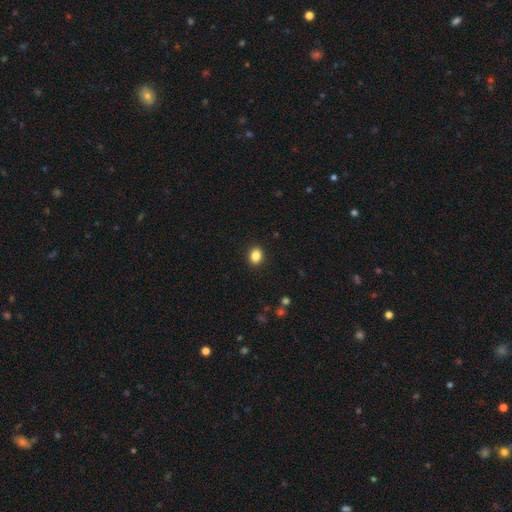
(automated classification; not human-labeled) Smooth or featured? Predicted: smooth (p=0.86). How rounded? Predicted: in between (p=0.51). Merging? Predicted: none (p=0.91).